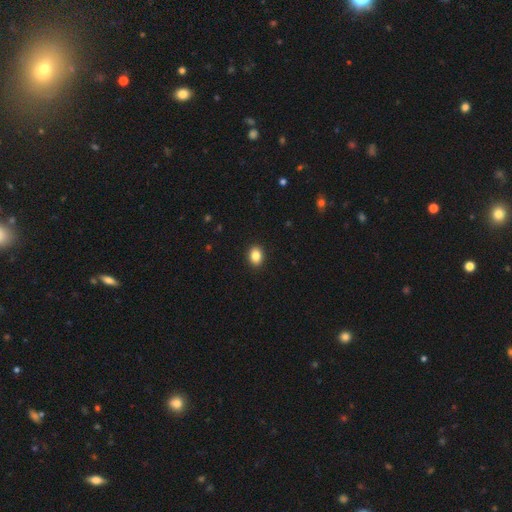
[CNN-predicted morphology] A smooth galaxy with no disk features (86%) that is in between round and cigar-shaped (60%). Merging: none (92%).